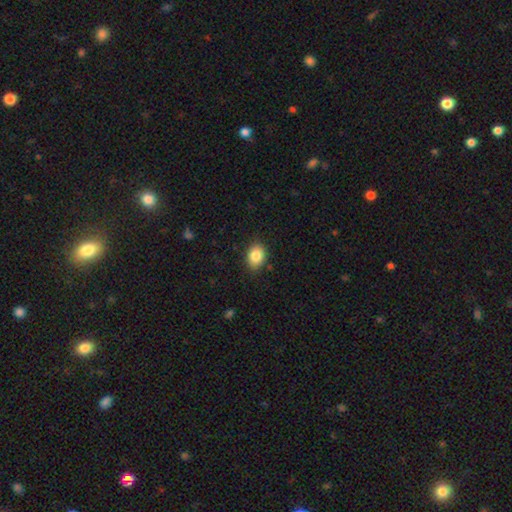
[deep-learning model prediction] A smooth galaxy with no disk features (86%) that is in between round and cigar-shaped (67%). Merging: none (85%).